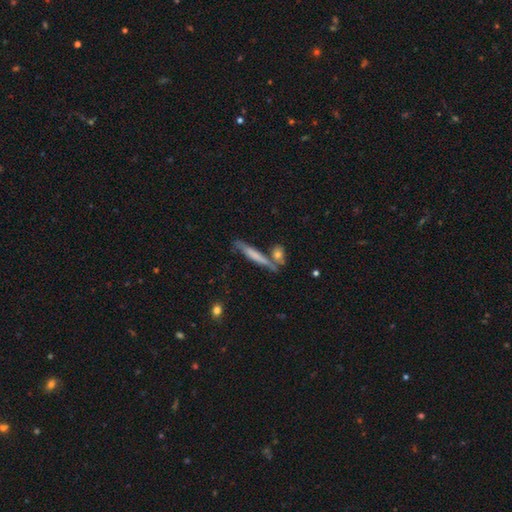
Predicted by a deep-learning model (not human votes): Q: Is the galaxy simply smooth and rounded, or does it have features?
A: smooth — 53%.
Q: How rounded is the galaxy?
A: cigar-shaped — 91%.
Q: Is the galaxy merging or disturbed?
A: none — 71%.